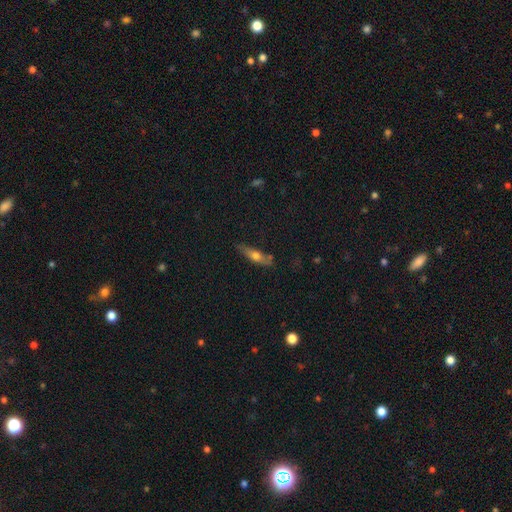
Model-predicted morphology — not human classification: Q: Smooth or featured?
A: smooth (51%); runner-up: featured or disk (42%)
Q: How rounded?
A: cigar-shaped (67%); runner-up: in between (30%)
Q: Merging?
A: none (74%); runner-up: minor disturbance (18%)